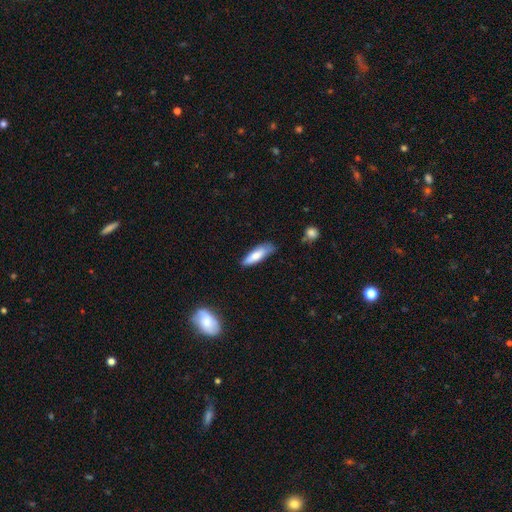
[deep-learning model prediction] Overall: smooth (77%). How rounded: cigar-shaped (52%; in between 46%). Merging: none (68%).